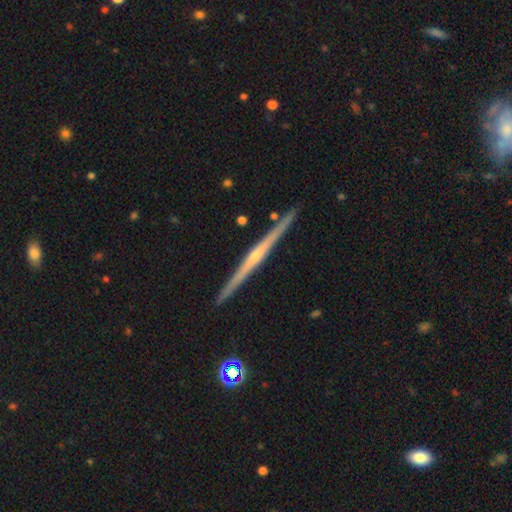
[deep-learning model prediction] Smooth or featured? Predicted: featured or disk (p=0.82). Edge-on disk? Predicted: yes (p=0.99). Edge-on bulge? Predicted: rounded (p=0.60). Merging? Predicted: none (p=0.92).